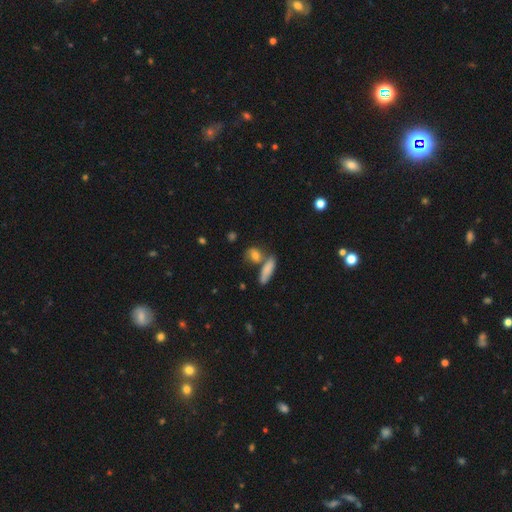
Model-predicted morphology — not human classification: Smooth or featured? Predicted: smooth (p=0.68). How rounded? Predicted: in between (p=0.42). Merging? Predicted: none (p=0.59).